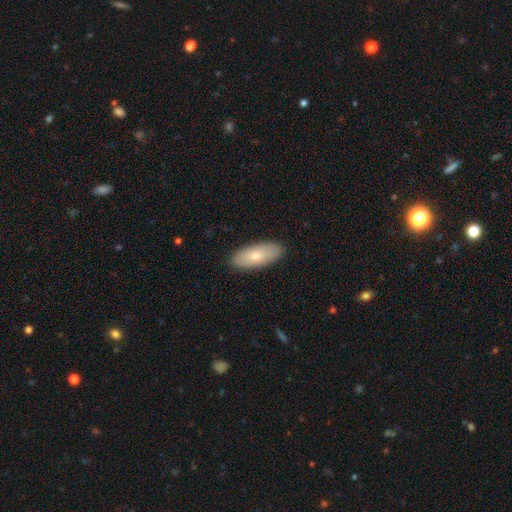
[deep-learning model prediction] smooth_or_featured: smooth (p=0.74) [alt: featured or disk p=0.20]
how_rounded: in between (p=0.79) [alt: cigar-shaped p=0.19]
merging: none (p=0.89) [alt: minor disturbance p=0.08]